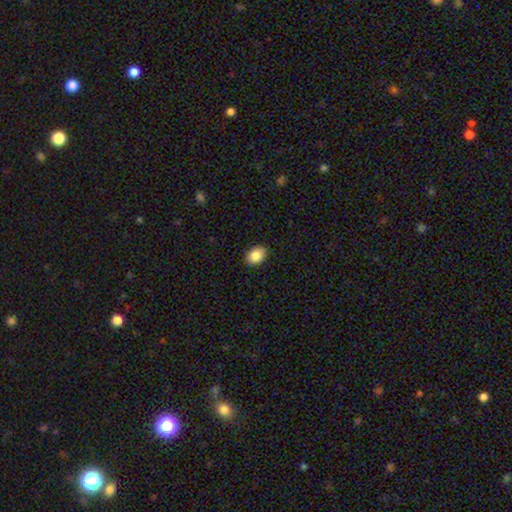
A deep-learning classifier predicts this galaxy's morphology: A smooth galaxy with no disk features (86%) that is in between round and cigar-shaped (74%). Merging: none (88%).